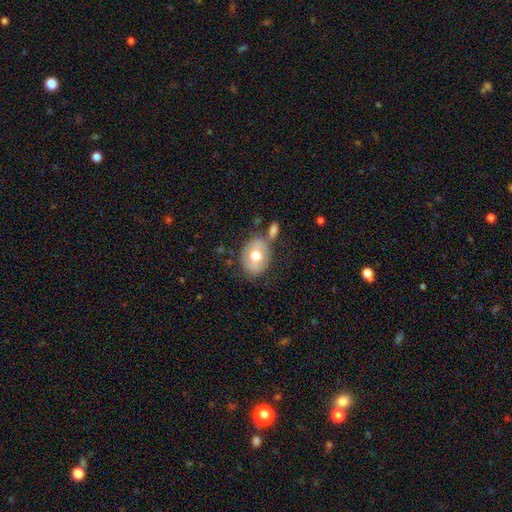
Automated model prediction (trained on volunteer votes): smooth 64%, featured or disk 28%, star or artifact 7%. Down the decision tree: how rounded — in between (52%); merging — none (61%).